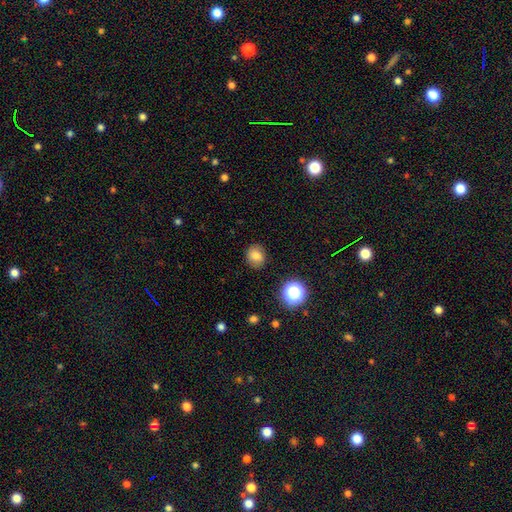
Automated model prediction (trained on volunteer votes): A smooth galaxy with no disk features (78%) that is round (73%). Merging: none (87%).